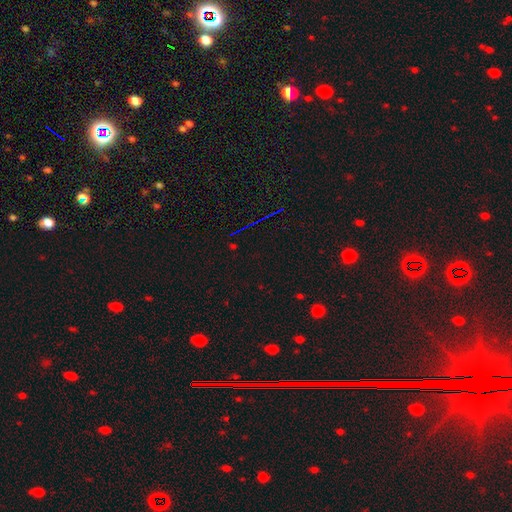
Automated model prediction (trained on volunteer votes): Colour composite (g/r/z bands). It shows a star or artifact, not a galaxy (76%).